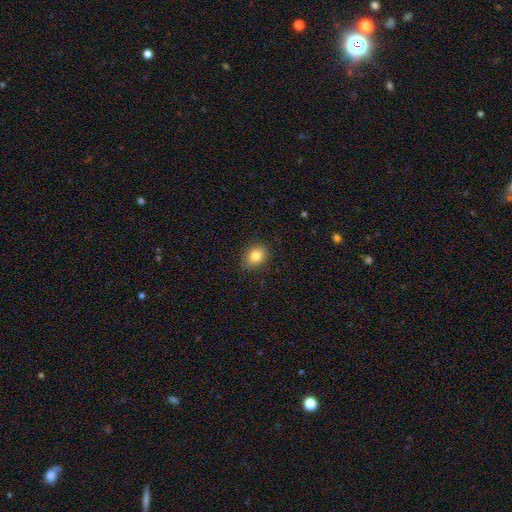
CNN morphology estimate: A smooth galaxy with no disk features (84%) that is in between round and cigar-shaped (64%).

Vote fractions:
- Smooth or featured? smooth: 84% / star or artifact: 9% / featured or disk: 7%
- How rounded? in between: 64% / round: 35% / cigar-shaped: 1%
- Merging? none: 86% / minor disturbance: 11% / major disturbance: 2% / merger: 1%